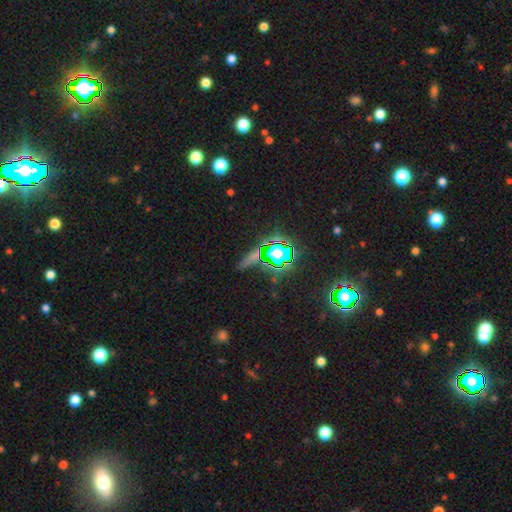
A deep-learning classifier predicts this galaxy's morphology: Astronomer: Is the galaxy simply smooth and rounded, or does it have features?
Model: star or artifact — 70%.